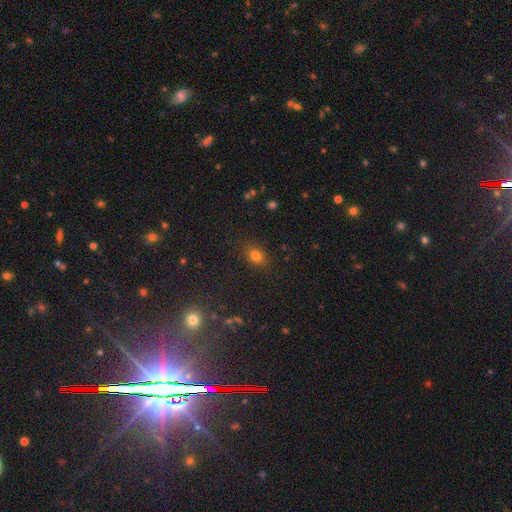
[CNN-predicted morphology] A smooth galaxy with no disk features (77%) that is in between round and cigar-shaped (60%). Merging: none (82%).